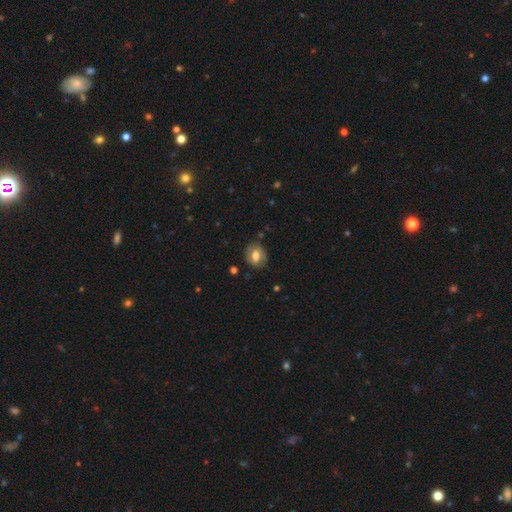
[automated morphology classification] Smooth or featured? Predicted: smooth (p=0.58). How rounded? Predicted: in between (p=0.55). Merging? Predicted: none (p=0.74).